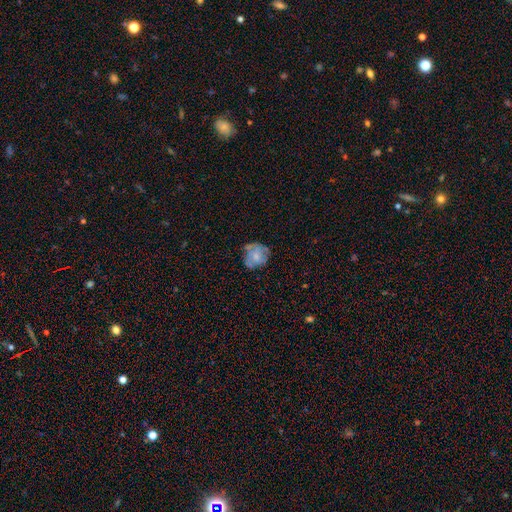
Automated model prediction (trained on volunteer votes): Morphology: type=smooth (47%); merging=none (60%).